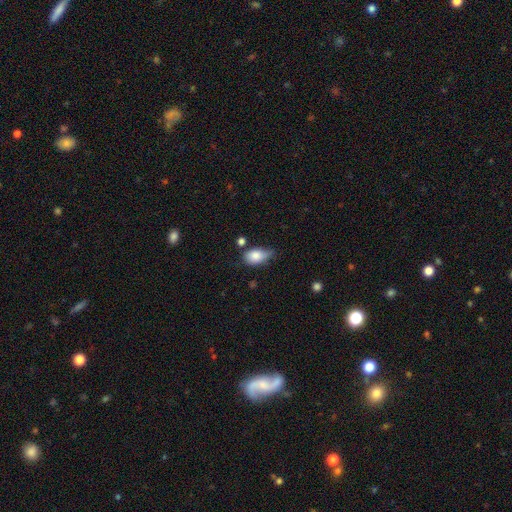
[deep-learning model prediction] Morphology: type=smooth (82%); roundness=in between (87%); merging=minor disturbance (44%).